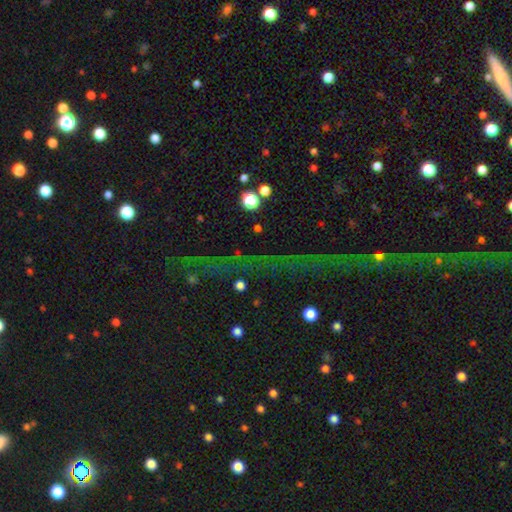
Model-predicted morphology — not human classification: star or artifact 73%, featured or disk 15%, smooth 13%.